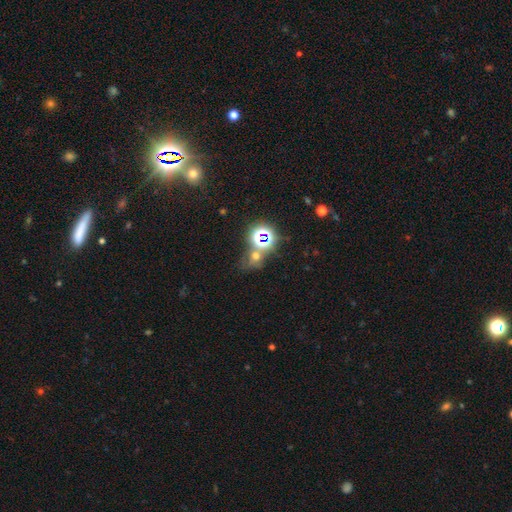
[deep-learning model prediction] A star or artifact, not a galaxy (49%).

Vote fractions:
- Smooth or featured? star or artifact: 49% / smooth: 39% / featured or disk: 12%